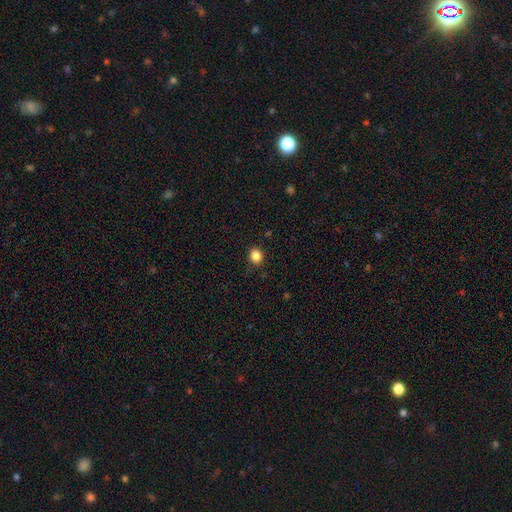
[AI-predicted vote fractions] Morphology: type=smooth (86%); roundness=round (69%); merging=none (87%).